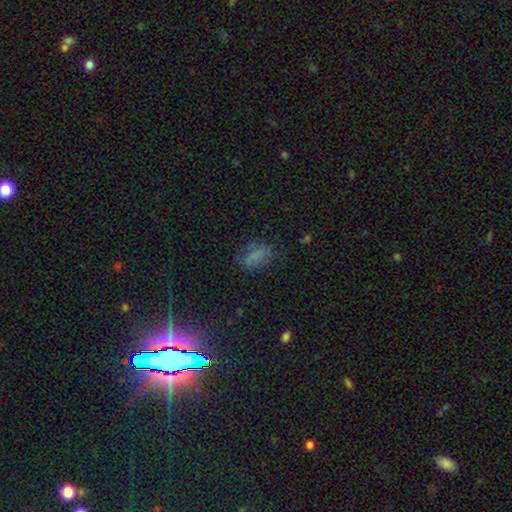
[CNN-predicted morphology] smooth 63%, star or artifact 24%, featured or disk 13%. Down the decision tree: how rounded — in between (84%); merging — none (64%).